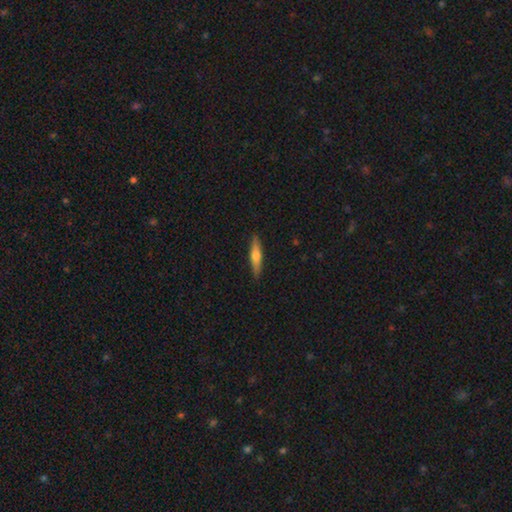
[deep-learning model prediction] Morphology: type=smooth (48%); merging=none (90%).